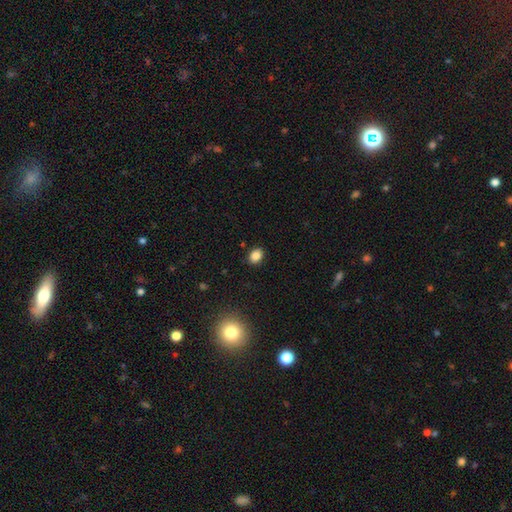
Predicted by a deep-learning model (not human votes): smooth-or-featured: smooth: 85% | star or artifact: 11% | featured or disk: 4%
  how-rounded: in between: 65% | round: 34% | cigar-shaped: 1%
  merging: none: 88% | minor disturbance: 8% | major disturbance: 2% | merger: 1%